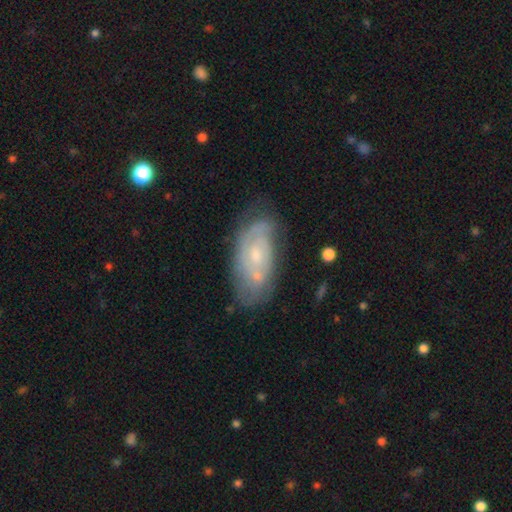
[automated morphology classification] This is likely a featured or disk galaxy (69%). It is clearly not viewed edge-on (93%). Bar: likely no (66%). Spiral arm pattern: likely yes (79%). Spiral arm count: possibly can't tell (46%). Spiral winding: possibly tight (58%). Central bulge: possibly small (59%). Merging: likely none (62%).